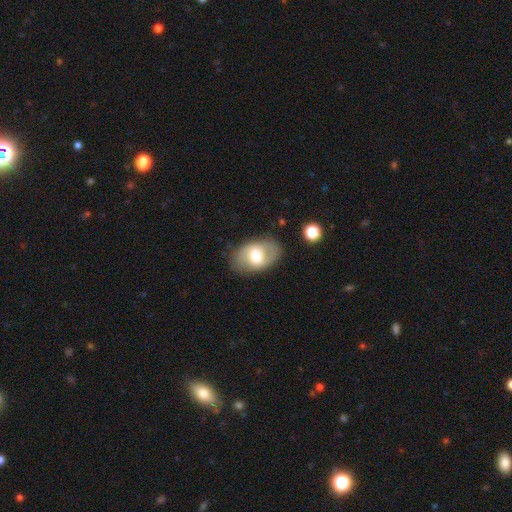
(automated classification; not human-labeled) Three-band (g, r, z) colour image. It shows a smooth galaxy with no disk features (48%). Merging: none (78%).